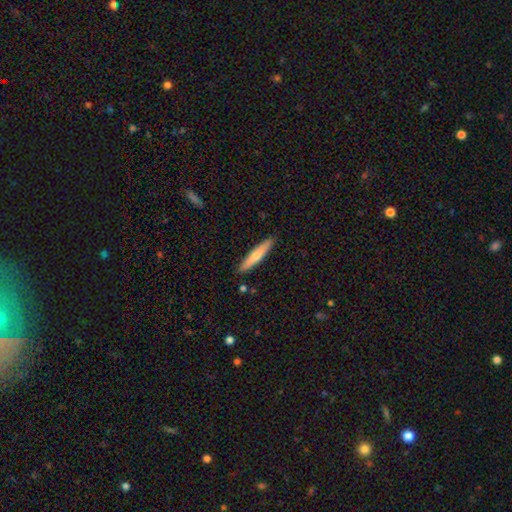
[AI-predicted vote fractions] smooth_or_featured: smooth (p=0.58) [alt: featured or disk p=0.37]
how_rounded: cigar-shaped (p=0.90) [alt: in between p=0.09]
merging: none (p=0.90) [alt: minor disturbance p=0.07]